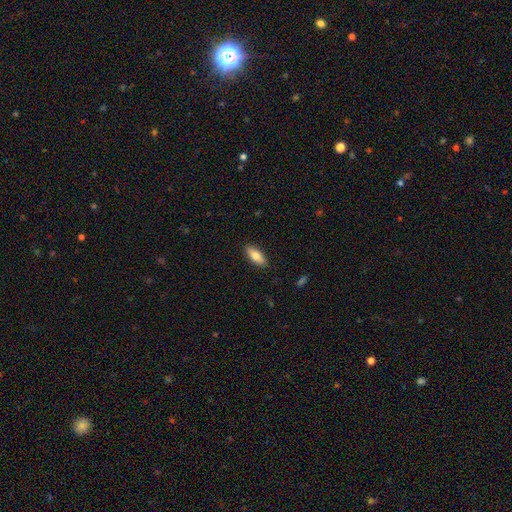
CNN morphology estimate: smooth 78%, featured or disk 16%, star or artifact 6%. Down the decision tree: how rounded — in between (75%); merging — none (89%).